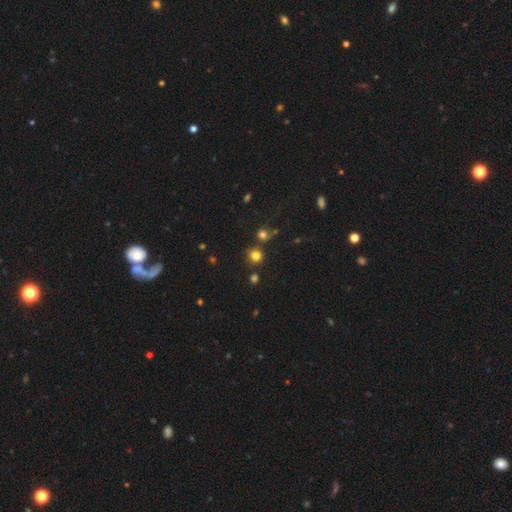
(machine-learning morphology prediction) Overall: smooth (76%). How rounded: round (92%). Merging: none (81%).